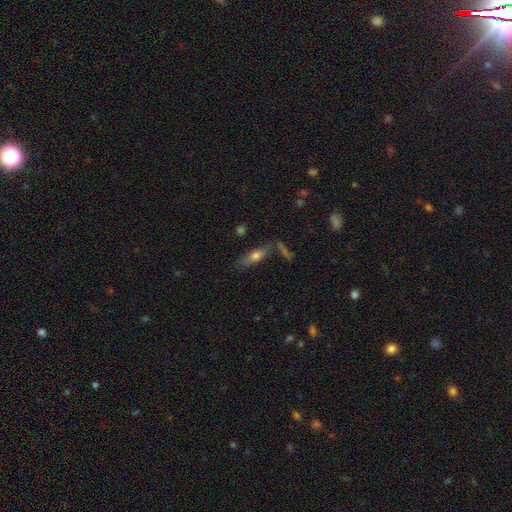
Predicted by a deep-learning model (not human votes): This appears to be a smooth galaxy with no disk features (62%) that is cigar-shaped (49%). Merging: none (69%).